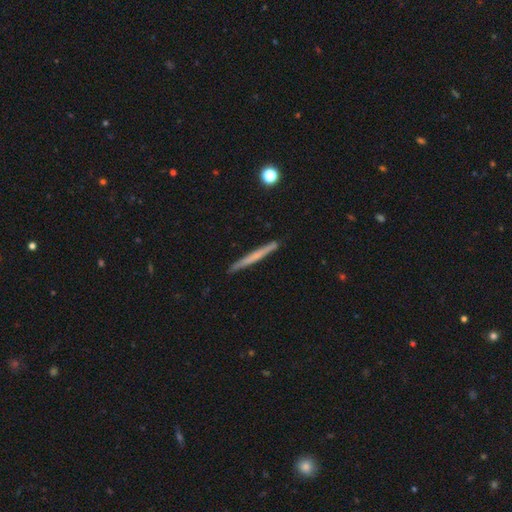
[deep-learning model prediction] Q: Smooth or featured?
A: smooth (51%); runner-up: featured or disk (44%)
Q: How rounded?
A: cigar-shaped (97%); runner-up: in between (2%)
Q: Merging?
A: none (90%); runner-up: minor disturbance (7%)